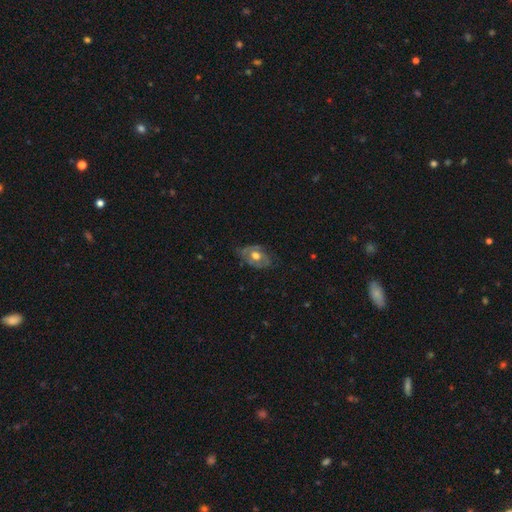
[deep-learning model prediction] smooth_or_featured: featured or disk (p=0.59) [alt: smooth p=0.35]
disk_edge_on: no (p=0.92) [alt: yes p=0.08]
bar: no (p=0.80) [alt: weak p=0.16]
has_spiral_arms: no (p=0.52) [alt: yes p=0.48]
bulge_size: moderate (p=0.69) [alt: large p=0.22]
merging: none (p=0.62) [alt: minor disturbance p=0.27]